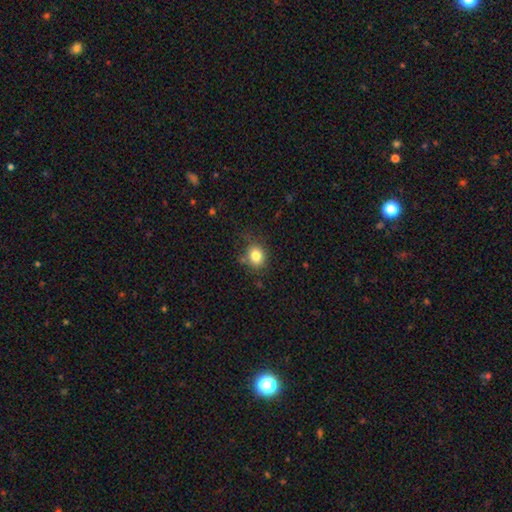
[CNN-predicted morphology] Smooth or featured: smooth — 82% (star or artifact — 11%)
How rounded: round — 64% (in between — 35%)
Merging: none — 74% (minor disturbance — 17%)